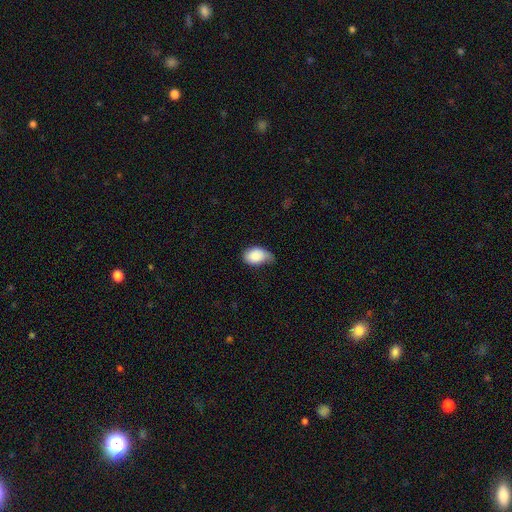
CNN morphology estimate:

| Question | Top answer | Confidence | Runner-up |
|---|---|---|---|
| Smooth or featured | smooth | 87% | featured or disk (7%) |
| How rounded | in between | 84% | round (15%) |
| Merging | minor disturbance | 50% | none (31%) |